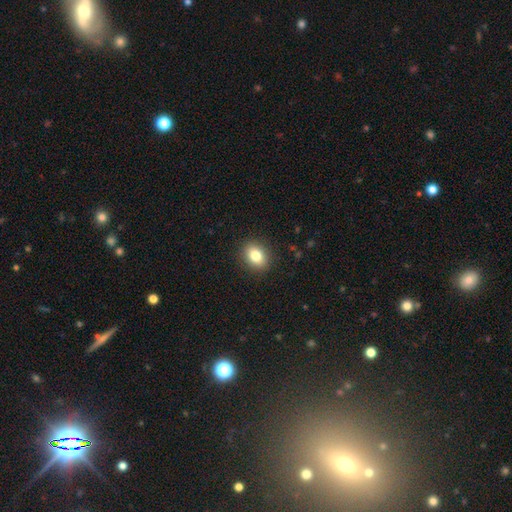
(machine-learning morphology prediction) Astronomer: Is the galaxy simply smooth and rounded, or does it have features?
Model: smooth — 82%.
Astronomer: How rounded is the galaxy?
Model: in between — 57% (runner-up: round, 42%).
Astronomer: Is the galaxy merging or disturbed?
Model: none — 89%.